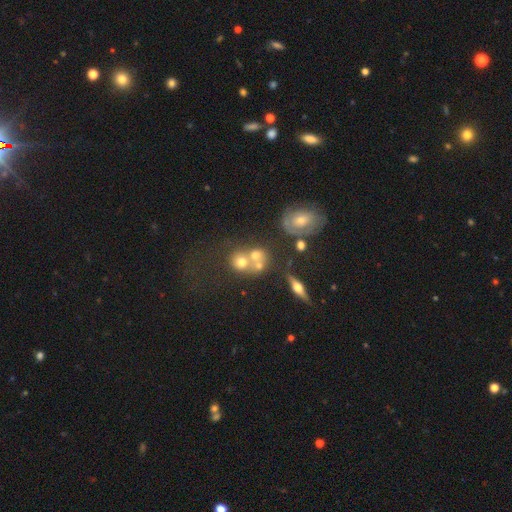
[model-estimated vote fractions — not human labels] This appears to be a smooth galaxy with no disk features (57%) that is round (71%). Merging: merger (50%).